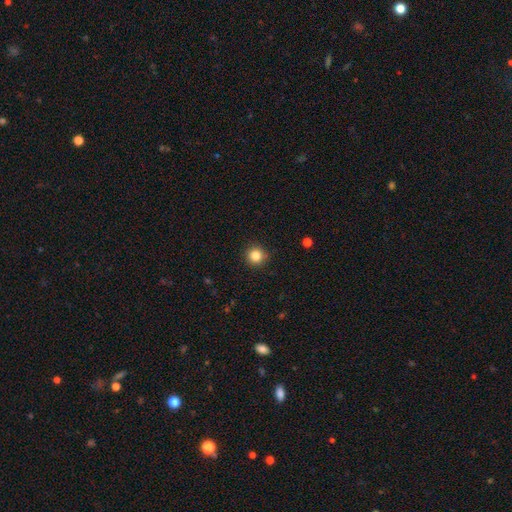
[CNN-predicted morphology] A smooth galaxy with no disk features (84%) that is round (95%).

Vote fractions:
- Smooth or featured? smooth: 84% / star or artifact: 11% / featured or disk: 5%
- How rounded? round: 95% / in between: 4% / cigar-shaped: 1%
- Merging? none: 92% / minor disturbance: 6% / major disturbance: 2% / merger: 1%